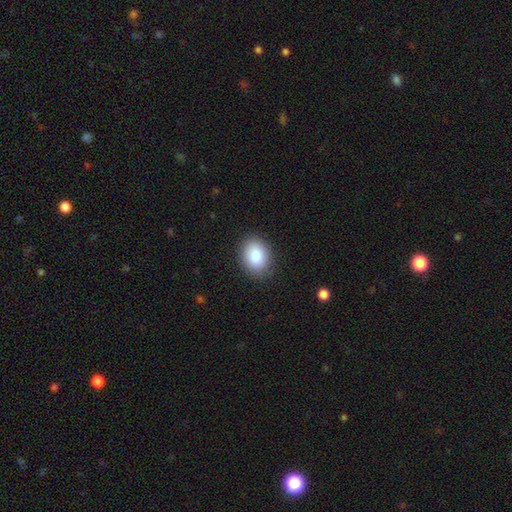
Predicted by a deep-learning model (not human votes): This is clearly a smooth galaxy (87%). How rounded: likely in between (64%). Merging: clearly none (88%).